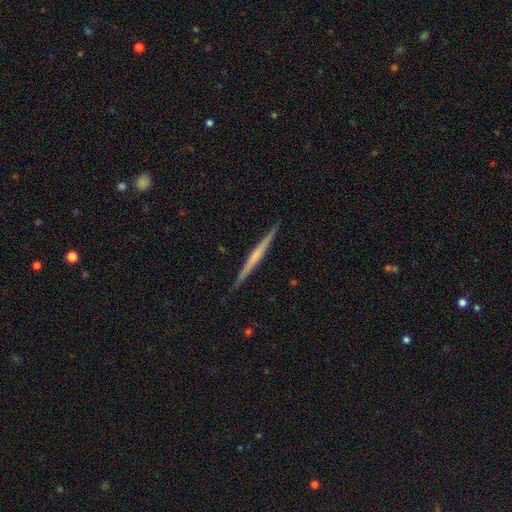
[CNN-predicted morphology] Q: Smooth or featured?
A: featured or disk (64%); runner-up: smooth (31%)
Q: Edge-on disk?
A: yes (98%); runner-up: no (2%)
Q: Edge-on bulge?
A: none (62%); runner-up: rounded (28%)
Q: Merging?
A: none (92%); runner-up: minor disturbance (6%)